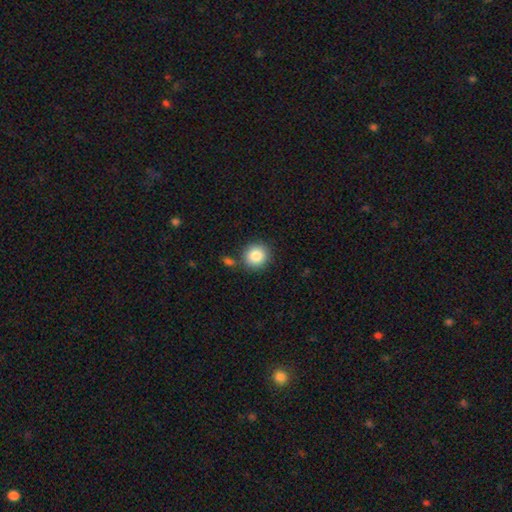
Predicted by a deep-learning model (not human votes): Smooth or featured? smooth (85%)
How rounded? round (89%)
Merging? none (81%)